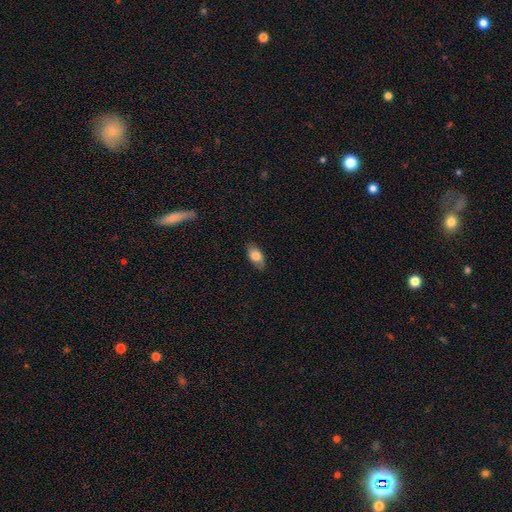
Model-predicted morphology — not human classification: Smooth or featured: smooth — 78% (featured or disk — 15%)
How rounded: in between — 90% (round — 6%)
Merging: none — 79% (minor disturbance — 16%)